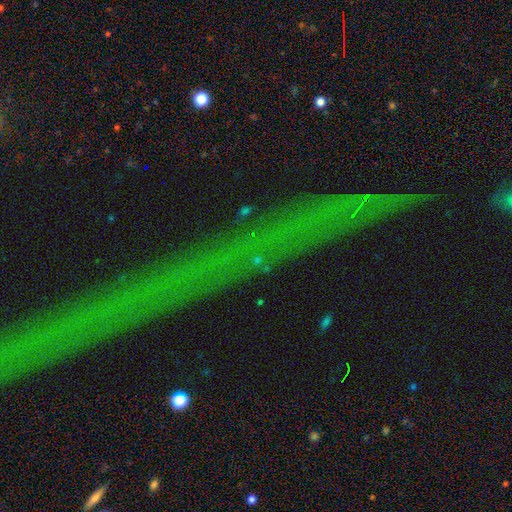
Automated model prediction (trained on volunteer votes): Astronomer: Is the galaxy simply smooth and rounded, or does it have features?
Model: star or artifact — 77%.